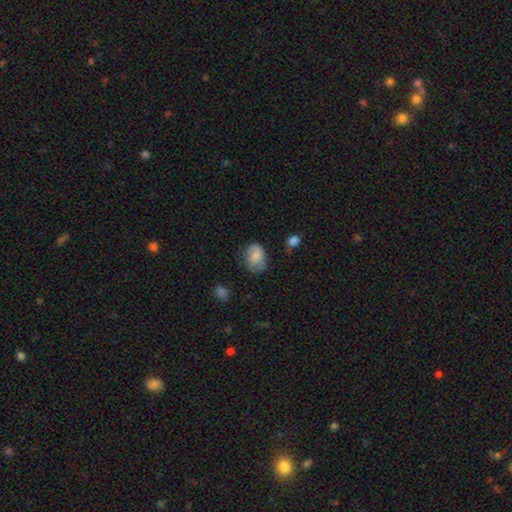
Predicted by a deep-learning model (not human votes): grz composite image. It shows a smooth galaxy with no disk features (79%) that is in between round and cigar-shaped (72%). Merging: none (57%).